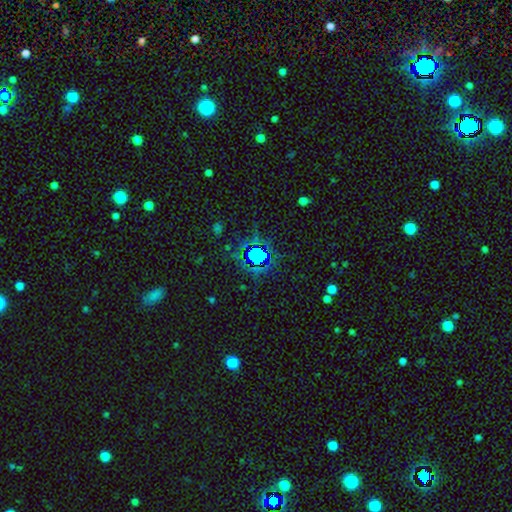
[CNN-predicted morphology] Smooth or featured? Predicted: star or artifact (p=0.72).